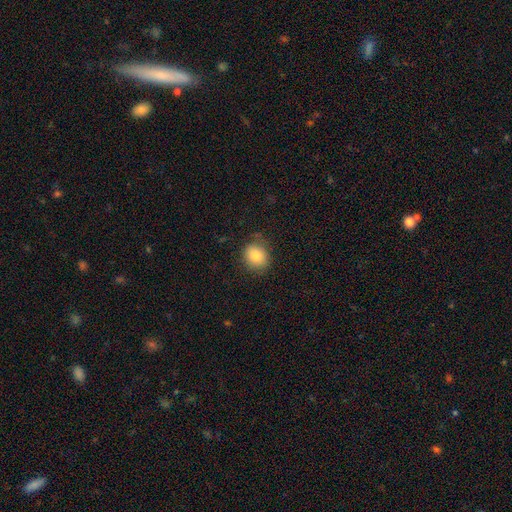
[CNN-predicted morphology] Smooth or featured? smooth (82%)
How rounded? round (68%)
Merging? none (77%)